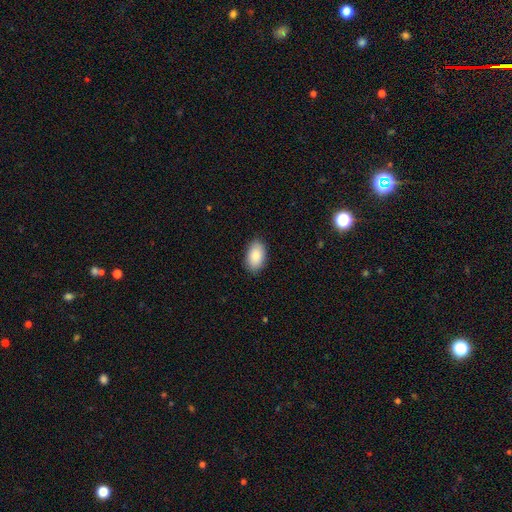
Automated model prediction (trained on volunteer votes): smooth_or_featured: smooth (p=0.87) [alt: featured or disk p=0.06]
how_rounded: in between (p=0.94) [alt: round p=0.05]
merging: none (p=0.88) [alt: minor disturbance p=0.09]